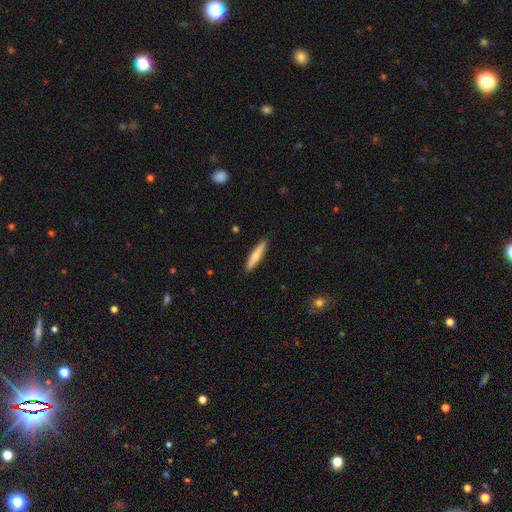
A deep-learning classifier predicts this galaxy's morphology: This is likely a smooth galaxy (69%). How rounded: clearly cigar-shaped (90%). Merging: clearly none (91%).